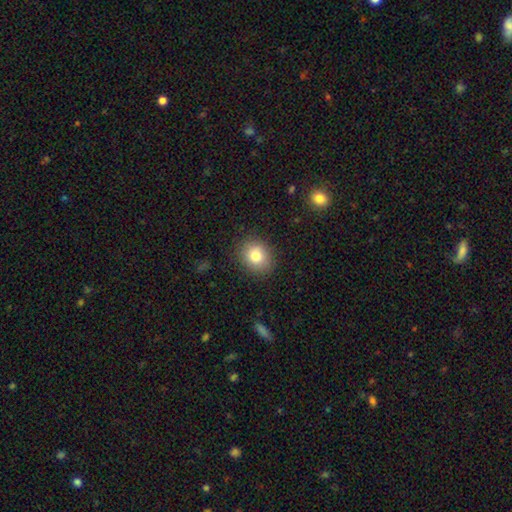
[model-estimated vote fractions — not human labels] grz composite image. It shows a smooth galaxy with no disk features (81%) that is round (66%). Merging: none (86%).